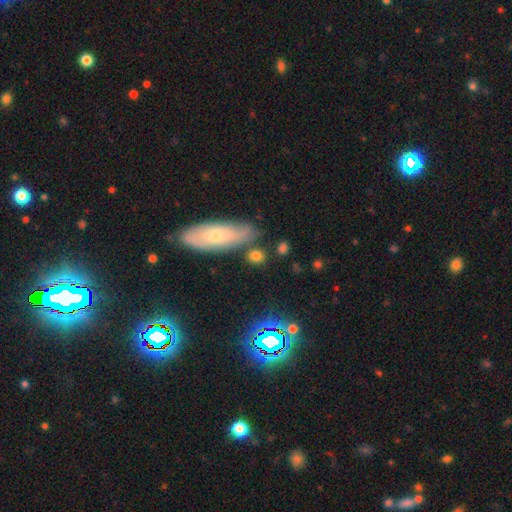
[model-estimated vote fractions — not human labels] smooth_or_featured: smooth (p=0.78) [alt: star or artifact p=0.12]
how_rounded: round (p=0.63) [alt: in between p=0.29]
merging: none (p=0.77) [alt: minor disturbance p=0.10]